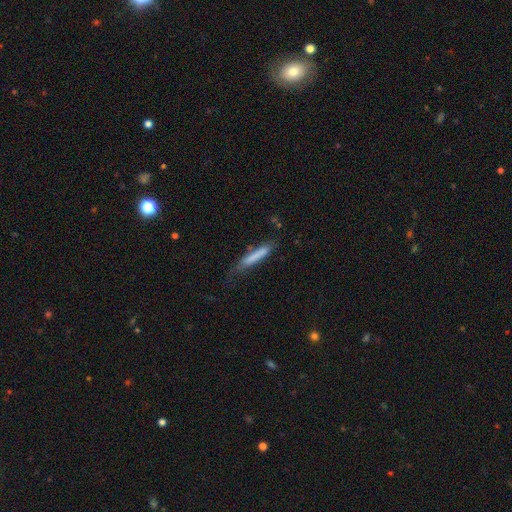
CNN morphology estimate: Smooth or featured? Predicted: smooth (p=0.76). How rounded? Predicted: cigar-shaped (p=0.91). Merging? Predicted: none (p=0.63).